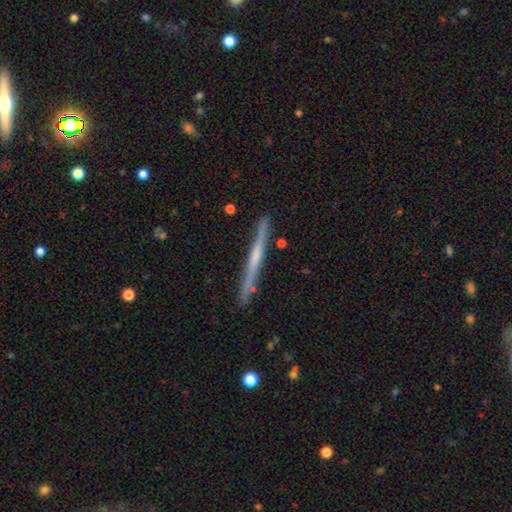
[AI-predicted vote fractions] Smooth or featured?
  - featured or disk: 63% *
  - smooth: 31%
  - star or artifact: 5%
Edge-on disk?
  - yes: 98% *
  - no: 2%
Edge-on bulge?
  - none: 62% *
  - rounded: 28%
  - boxy: 10%
Merging?
  - none: 88% *
  - minor disturbance: 9%
  - merger: 2%
  - major disturbance: 1%